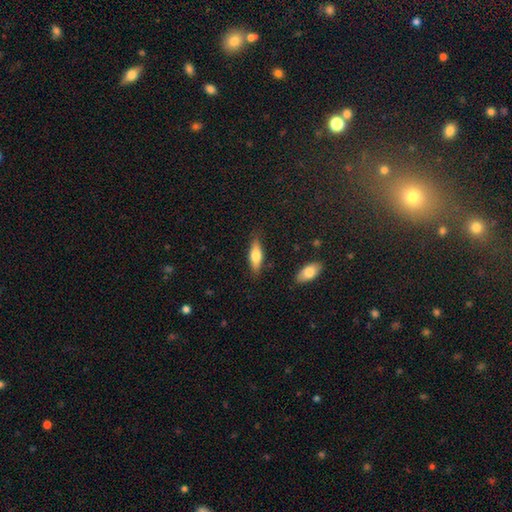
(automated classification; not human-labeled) Morphology: type=smooth (63%); roundness=in between (54%); merging=none (83%).